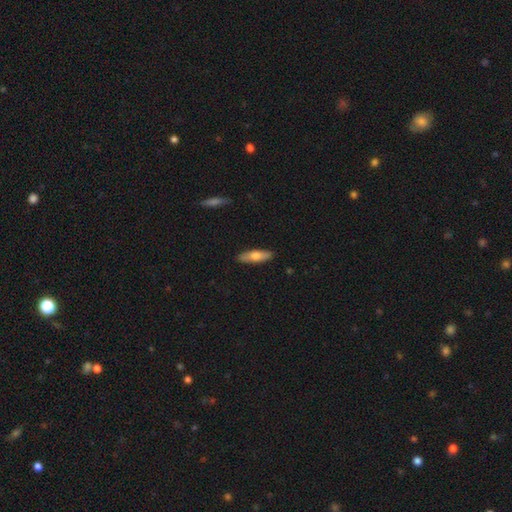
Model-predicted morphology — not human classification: The model was most divided on "how rounded": cigar-shaped: 57%, in between: 41%, round: 2%. More confident: merging — none (89%); smooth or featured — smooth (68%).